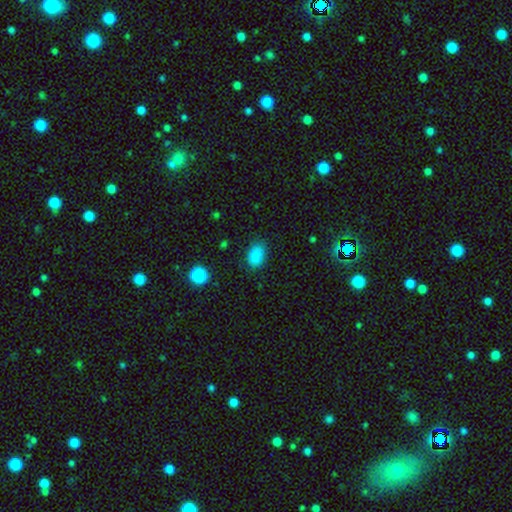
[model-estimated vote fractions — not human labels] Smooth or featured? smooth (86%)
How rounded? in between (84%)
Merging? none (81%)